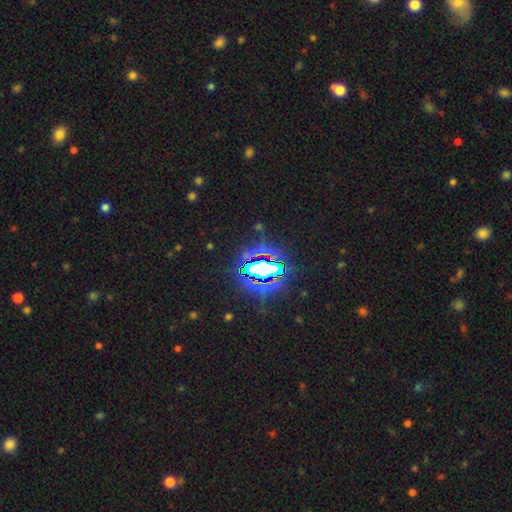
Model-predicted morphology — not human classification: smooth-or-featured: star or artifact: 85% | smooth: 8% | featured or disk: 6%